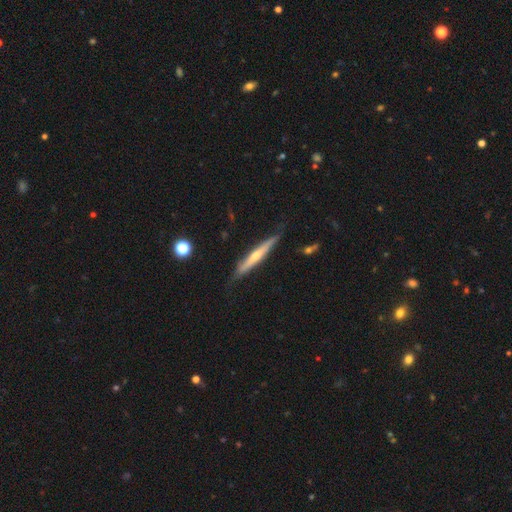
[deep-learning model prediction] The model was most divided on "smooth or featured": featured or disk: 60%, smooth: 34%, star or artifact: 6%. More confident: edge-on disk — yes (94%); merging — none (80%); edge-on bulge — rounded (71%).